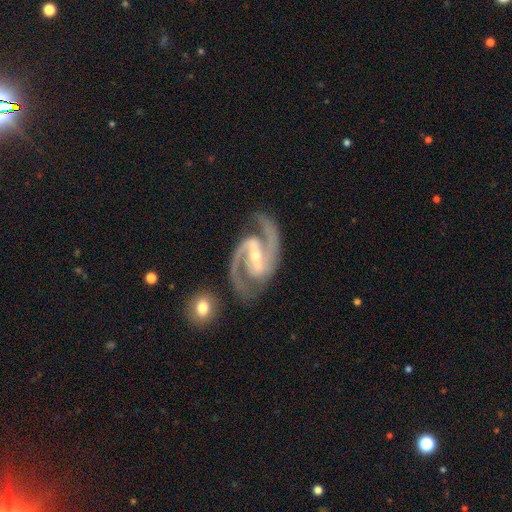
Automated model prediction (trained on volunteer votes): Overall: featured or disk (94%). Edge-on disk: no (98%). Bar: strong (69%). Spiral arms: yes (99%). Spiral arm count: 2 (94%). Spiral winding: medium (65%). Bulge size: small (64%; moderate 32%). Merging: none (78%).